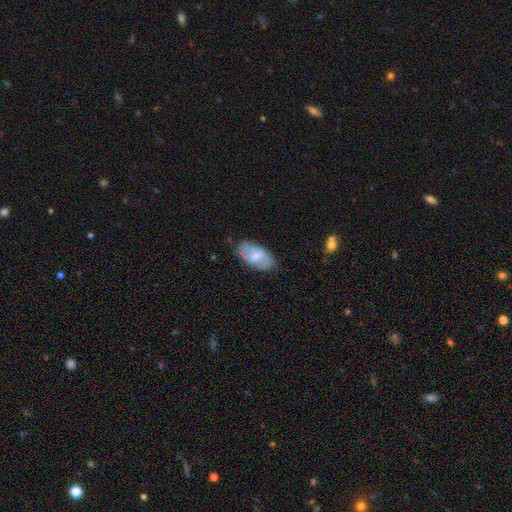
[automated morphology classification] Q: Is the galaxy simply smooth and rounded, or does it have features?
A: smooth — 51%.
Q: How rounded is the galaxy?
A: in between — 93%.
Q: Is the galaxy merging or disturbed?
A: none — 78%.